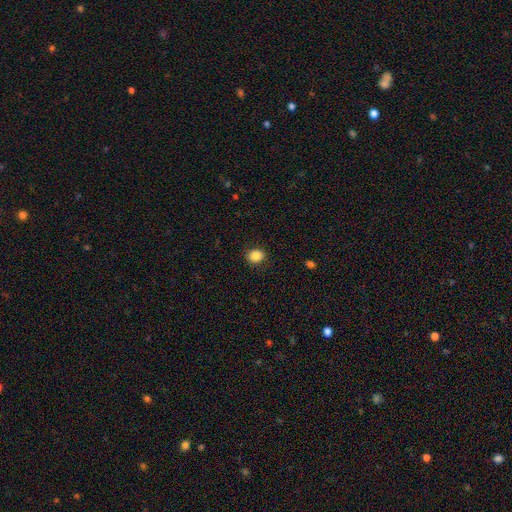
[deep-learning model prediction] Smooth or featured? smooth (86%)
How rounded? round (70%)
Merging? none (87%)